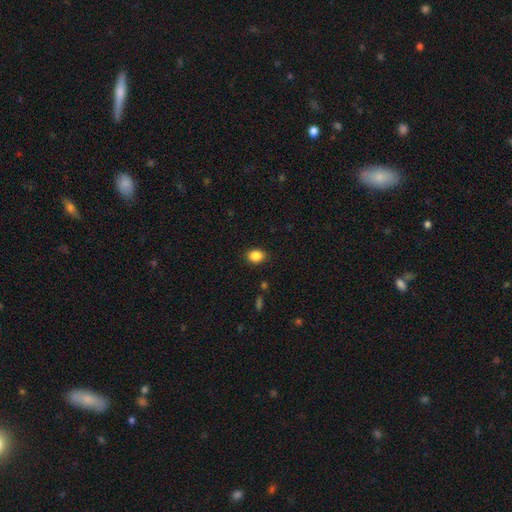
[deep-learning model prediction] Smooth or featured? smooth (86%)
How rounded? in between (58%)
Merging? none (86%)